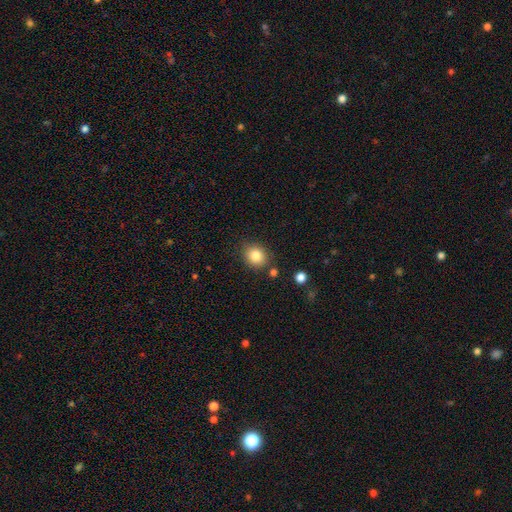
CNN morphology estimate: A smooth galaxy with no disk features (83%) that is round (68%). Merging: none (80%).